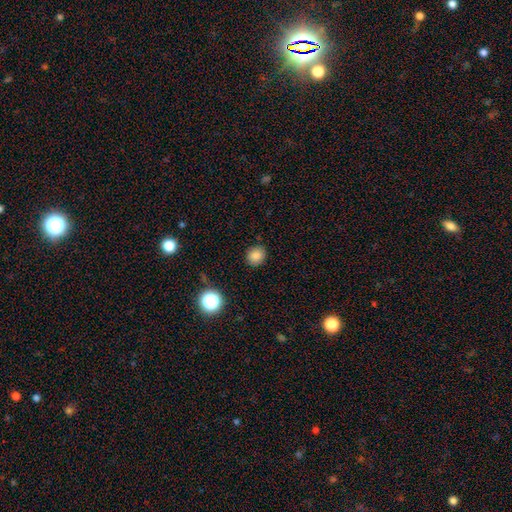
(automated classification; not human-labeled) A smooth galaxy with no disk features (83%) that is round (79%). Merging: none (89%).